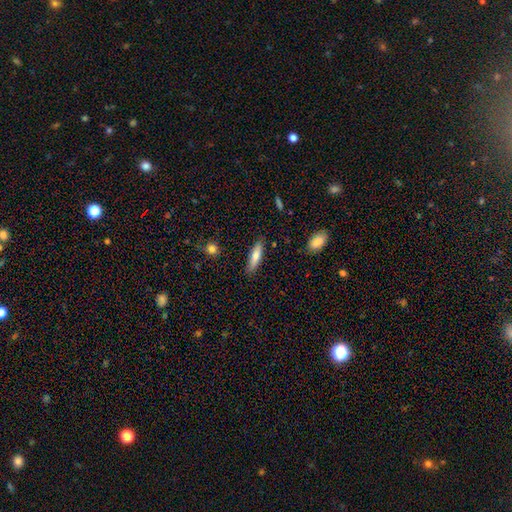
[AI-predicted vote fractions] Q: Smooth or featured?
A: smooth (72%); runner-up: featured or disk (21%)
Q: How rounded?
A: cigar-shaped (70%); runner-up: in between (28%)
Q: Merging?
A: none (86%); runner-up: minor disturbance (11%)